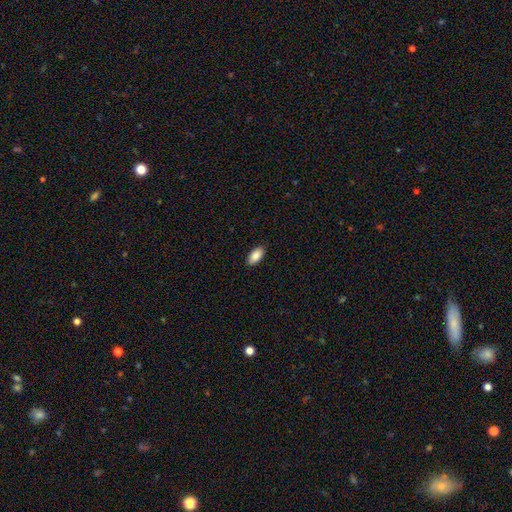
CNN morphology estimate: Q: Smooth or featured?
A: smooth (87%); runner-up: star or artifact (7%)
Q: How rounded?
A: in between (94%); runner-up: cigar-shaped (3%)
Q: Merging?
A: none (89%); runner-up: minor disturbance (8%)